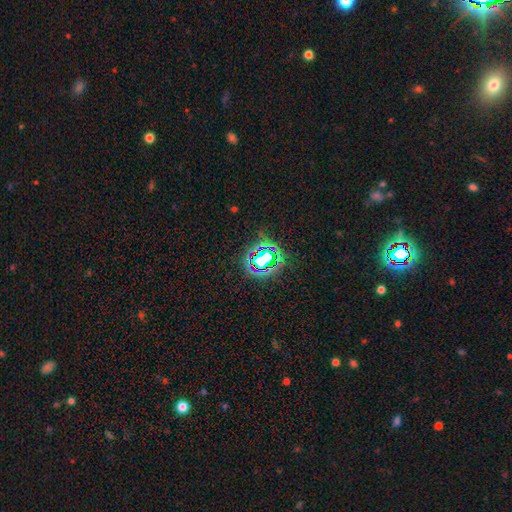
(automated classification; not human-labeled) star or artifact 67%, smooth 21%, featured or disk 11%.